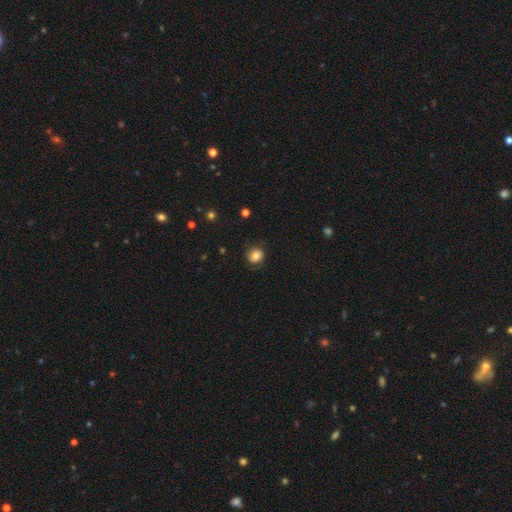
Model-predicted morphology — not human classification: Q: Smooth or featured?
A: smooth (77%); runner-up: featured or disk (13%)
Q: How rounded?
A: round (83%); runner-up: in between (16%)
Q: Merging?
A: none (77%); runner-up: minor disturbance (16%)